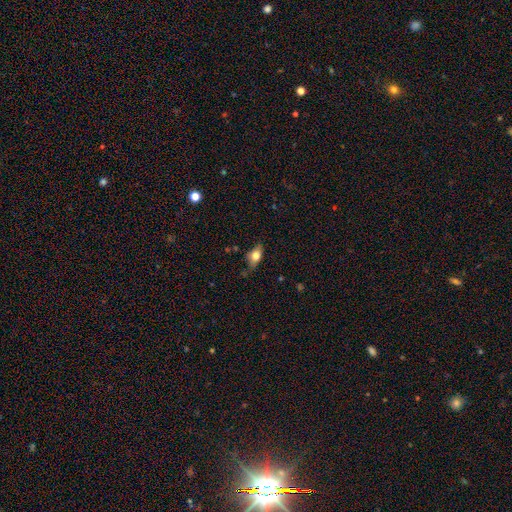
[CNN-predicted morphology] A smooth galaxy with no disk features (71%) that is in between round and cigar-shaped (78%). Merging: none (64%).